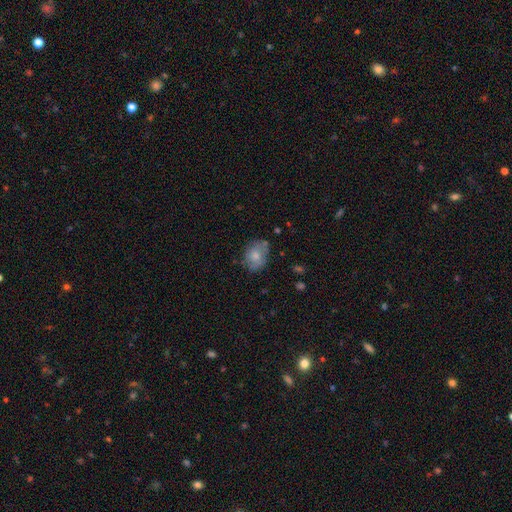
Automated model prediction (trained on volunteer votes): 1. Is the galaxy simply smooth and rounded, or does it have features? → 71% smooth, 22% featured or disk, 8% star or artifact.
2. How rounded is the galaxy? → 65% in between, 34% round, 1% cigar-shaped.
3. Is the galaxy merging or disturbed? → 63% none, 26% minor disturbance, 7% major disturbance, 4% merger.